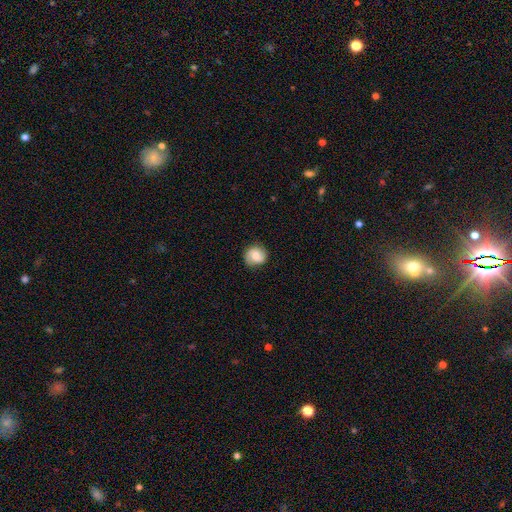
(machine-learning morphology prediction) type=smooth (58%); roundness=round (85%); merging=none (84%).